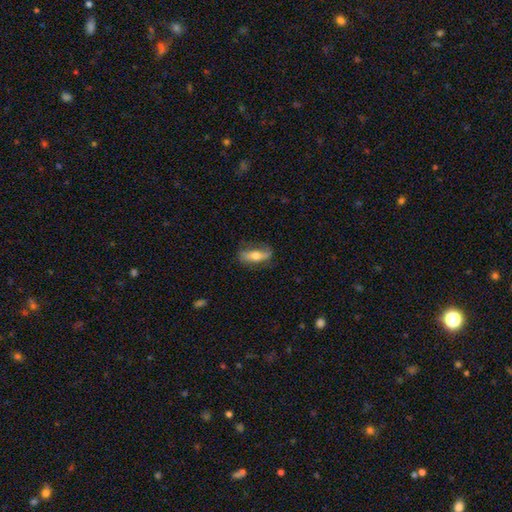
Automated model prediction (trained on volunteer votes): Smooth or featured? Predicted: smooth (p=0.48). Merging? Predicted: none (p=0.68).